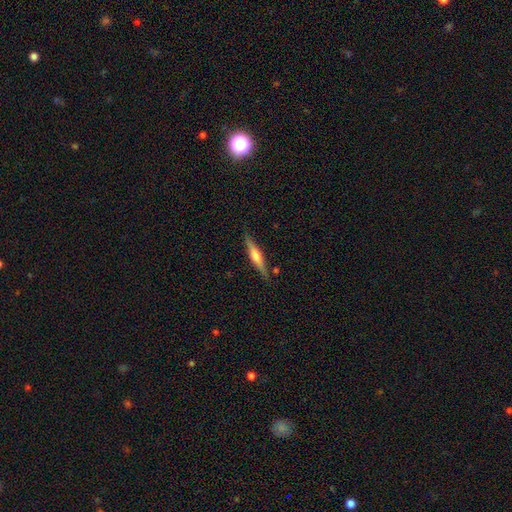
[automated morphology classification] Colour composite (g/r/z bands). It shows a featured or disk galaxy (64%) viewed edge-on (97%) with a rounded central bulge (85%). Merging: none (87%).